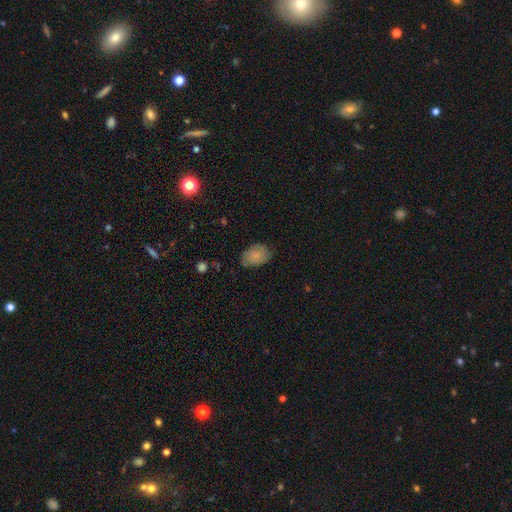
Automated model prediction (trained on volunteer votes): smooth_or_featured: smooth (p=0.68) [alt: featured or disk p=0.24]
how_rounded: in between (p=0.80) [alt: round p=0.19]
merging: none (p=0.69) [alt: minor disturbance p=0.24]